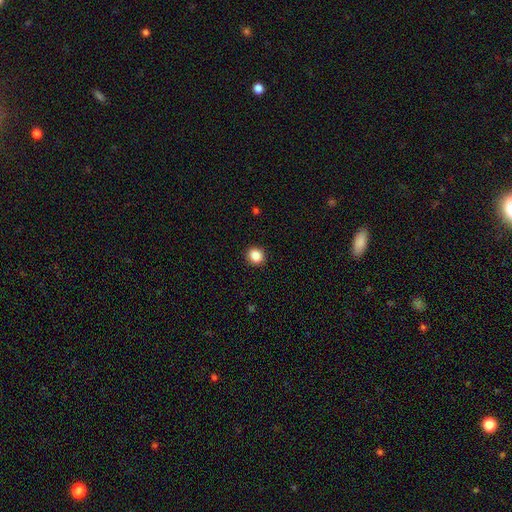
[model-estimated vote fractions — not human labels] A smooth galaxy with no disk features (86%) that is round (85%).

Vote fractions:
- Smooth or featured? smooth: 86% / star or artifact: 10% / featured or disk: 4%
- How rounded? round: 85% / in between: 14% / cigar-shaped: 1%
- Merging? none: 92% / minor disturbance: 5% / major disturbance: 2% / merger: 1%